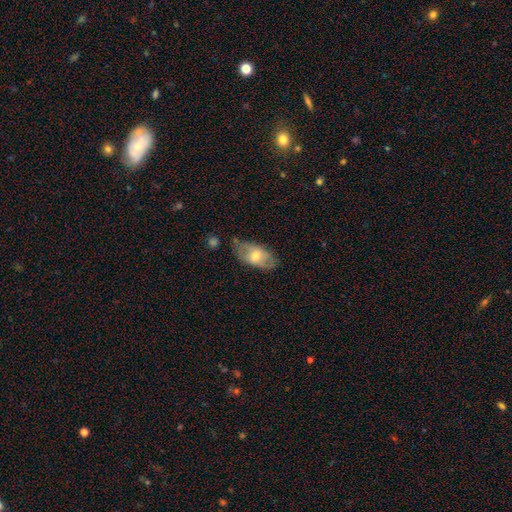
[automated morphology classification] A smooth galaxy with no disk features (60%) that is in between round and cigar-shaped (92%). Merging: none (64%).